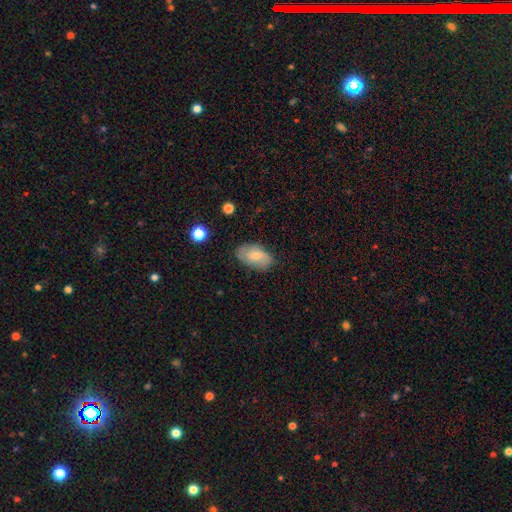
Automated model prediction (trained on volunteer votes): Smooth or featured? Predicted: smooth (p=0.67). How rounded? Predicted: in between (p=0.92). Merging? Predicted: none (p=0.77).